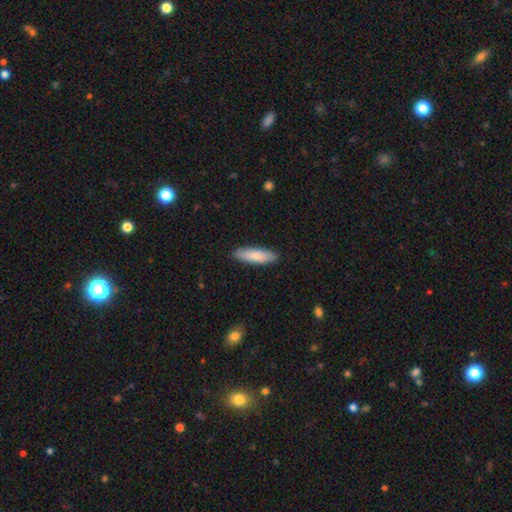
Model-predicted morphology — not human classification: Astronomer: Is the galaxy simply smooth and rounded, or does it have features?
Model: smooth — 79%.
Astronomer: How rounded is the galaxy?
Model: cigar-shaped — 58% (runner-up: in between, 40%).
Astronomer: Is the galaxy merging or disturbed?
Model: none — 89%.